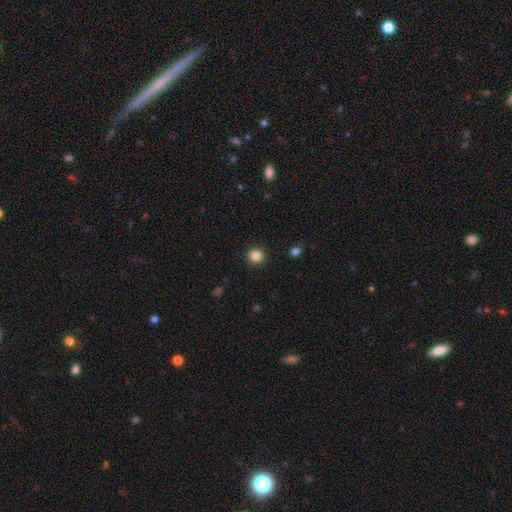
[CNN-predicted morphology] Q: Smooth or featured?
A: smooth (85%); runner-up: star or artifact (11%)
Q: How rounded?
A: round (92%); runner-up: in between (7%)
Q: Merging?
A: none (92%); runner-up: minor disturbance (5%)